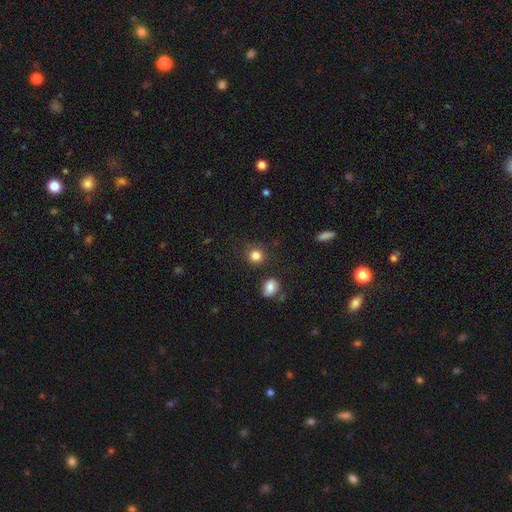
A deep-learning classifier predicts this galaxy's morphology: This is clearly a smooth galaxy (83%). How rounded: clearly round (87%). Merging: clearly none (83%).